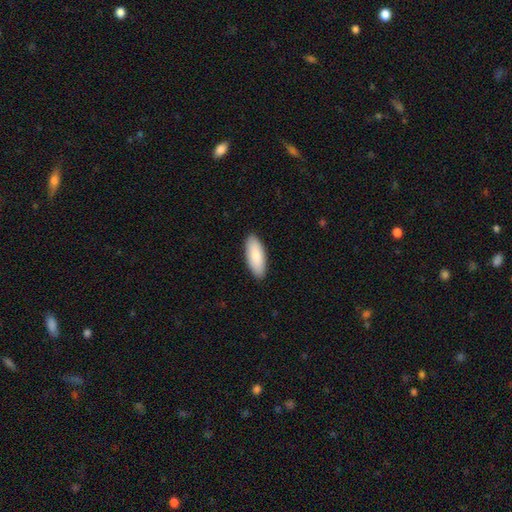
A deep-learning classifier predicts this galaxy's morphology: This is clearly a smooth galaxy (86%). How rounded: likely in between (80%). Merging: clearly none (89%).